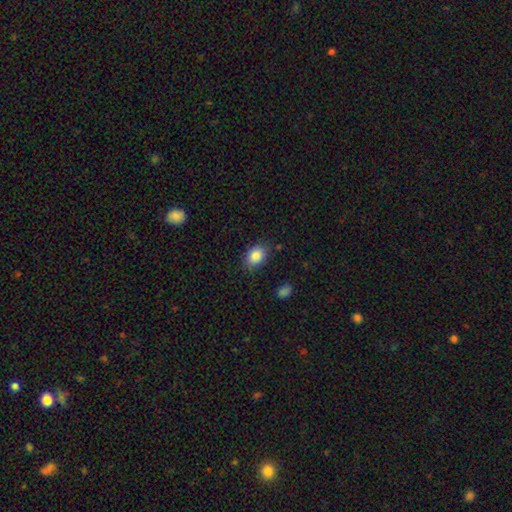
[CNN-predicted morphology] Q: Smooth or featured?
A: smooth (86%); runner-up: star or artifact (8%)
Q: How rounded?
A: in between (77%); runner-up: round (22%)
Q: Merging?
A: none (81%); runner-up: minor disturbance (14%)